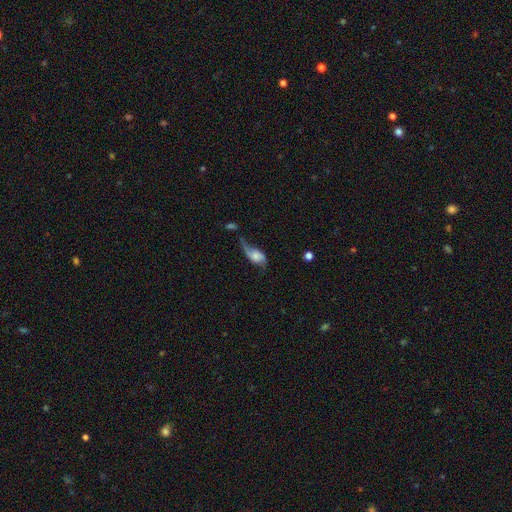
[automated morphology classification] Smooth or featured?
  - featured or disk: 55% *
  - smooth: 36%
  - star or artifact: 9%
Edge-on disk?
  - no: 91% *
  - yes: 9%
Bar?
  - no: 66% *
  - weak: 27%
  - strong: 7%
Spiral arms?
  - yes: 83% *
  - no: 17%
Bulge size?
  - small: 30% *
  - none: 26%
  - moderate: 22%
  - large: 15%
  - dominant: 7%
Merging?
  - major disturbance: 33% *
  - none: 30%
  - minor disturbance: 25%
  - merger: 12%